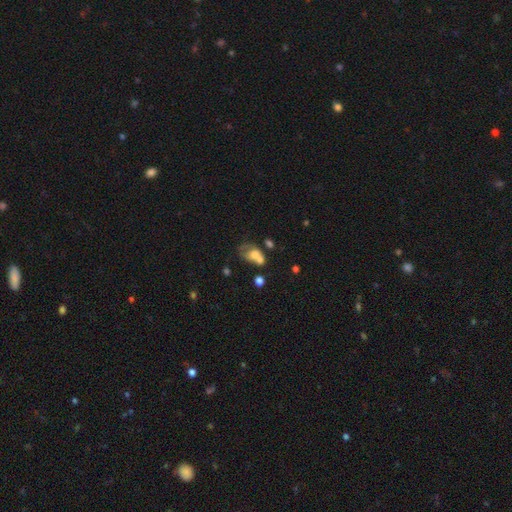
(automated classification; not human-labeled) smooth-or-featured: smooth: 54% | featured or disk: 34% | star or artifact: 12%
  how-rounded: in between: 69% | round: 30% | cigar-shaped: 2%
  merging: merger: 46% | none: 20% | major disturbance: 19% | minor disturbance: 15%